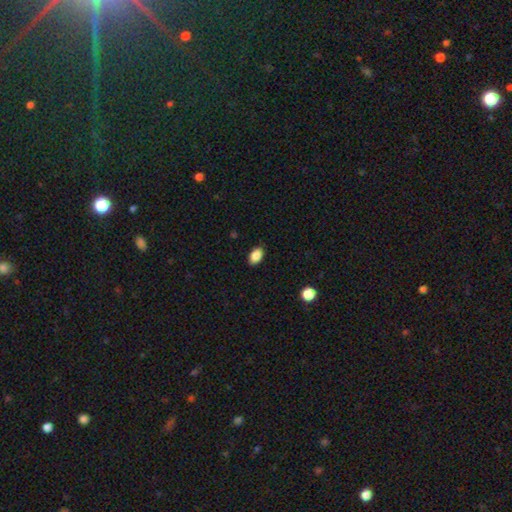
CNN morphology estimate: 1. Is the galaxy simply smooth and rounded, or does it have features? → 88% smooth, 8% star or artifact, 4% featured or disk.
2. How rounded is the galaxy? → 91% in between, 7% round, 2% cigar-shaped.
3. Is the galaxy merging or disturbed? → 88% none, 9% minor disturbance, 2% major disturbance, 1% merger.